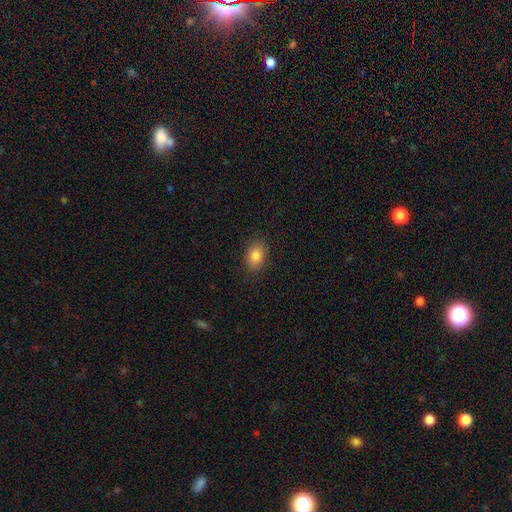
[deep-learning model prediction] A smooth galaxy with no disk features (83%) that is in between round and cigar-shaped (75%).

Vote fractions:
- Smooth or featured? smooth: 83% / star or artifact: 9% / featured or disk: 8%
- How rounded? in between: 75% / round: 24% / cigar-shaped: 1%
- Merging? none: 87% / minor disturbance: 10% / major disturbance: 3% / merger: 1%